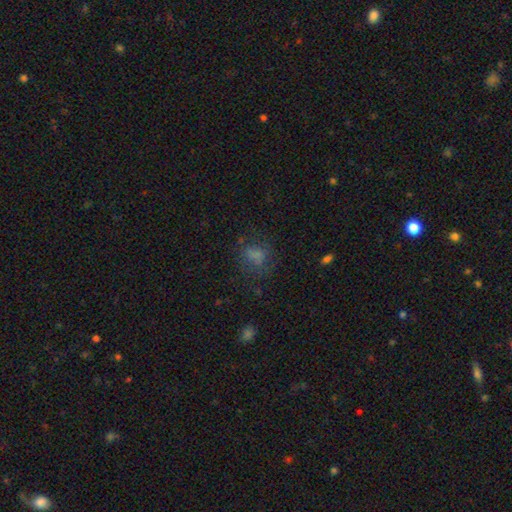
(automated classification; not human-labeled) smooth 65%, star or artifact 18%, featured or disk 17%. Down the decision tree: how rounded — in between (50%); merging — none (55%).